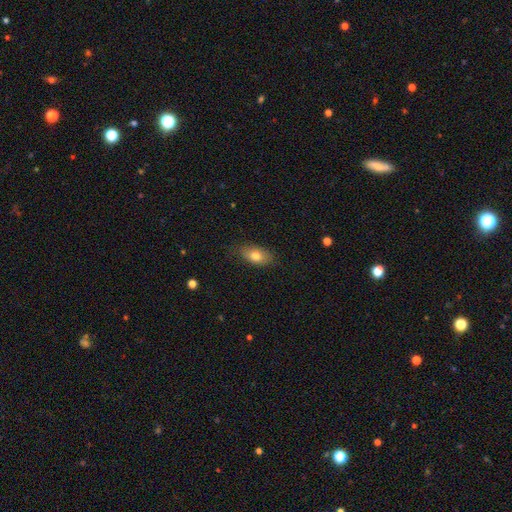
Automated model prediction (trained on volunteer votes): Q: Smooth or featured?
A: smooth (78%); runner-up: featured or disk (14%)
Q: How rounded?
A: in between (89%); runner-up: round (7%)
Q: Merging?
A: none (78%); runner-up: minor disturbance (17%)